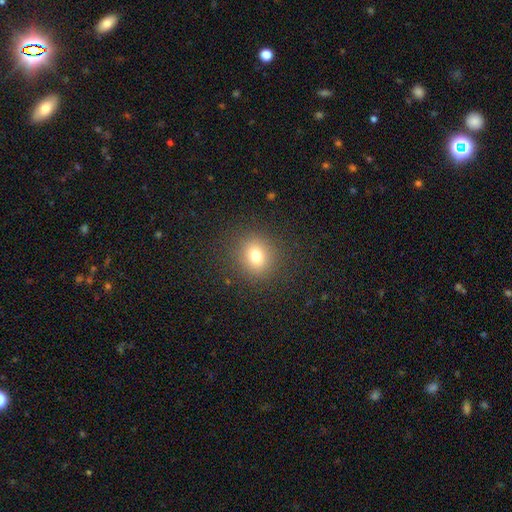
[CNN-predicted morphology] type=smooth (75%); roundness=round (81%); merging=none (88%).